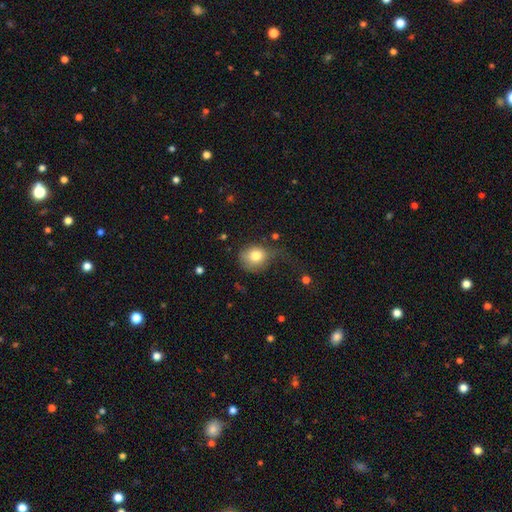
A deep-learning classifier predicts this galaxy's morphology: Smooth or featured? Predicted: smooth (p=0.79). How rounded? Predicted: round (p=0.74). Merging? Predicted: none (p=0.39).